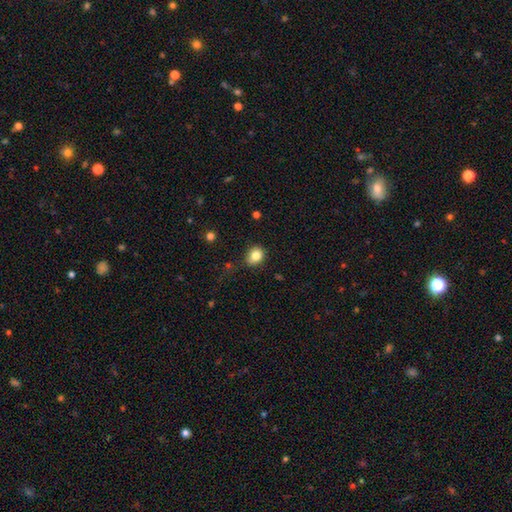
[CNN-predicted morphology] This is clearly a smooth galaxy (82%). How rounded: likely round (63%). Merging: likely none (80%).